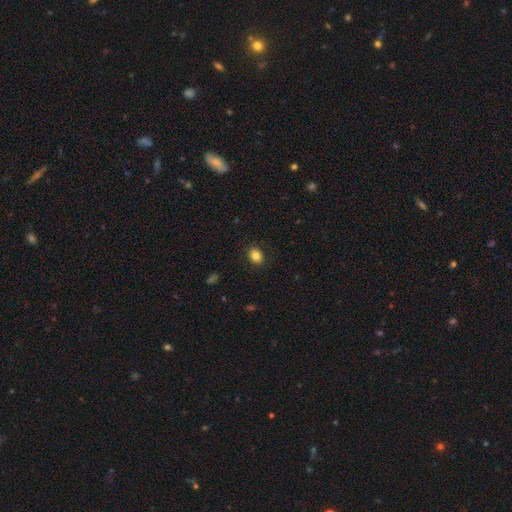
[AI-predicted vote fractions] A smooth galaxy with no disk features (84%) that is in between round and cigar-shaped (54%).

Vote fractions:
- Smooth or featured? smooth: 84% / star or artifact: 10% / featured or disk: 6%
- How rounded? in between: 54% / round: 45% / cigar-shaped: 1%
- Merging? none: 88% / minor disturbance: 8% / major disturbance: 2% / merger: 1%